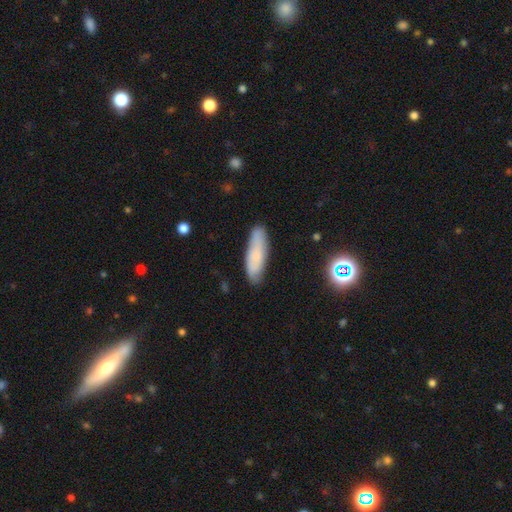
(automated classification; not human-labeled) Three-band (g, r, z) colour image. It shows a smooth galaxy with no disk features (72%) that is cigar-shaped (59%). Merging: none (81%).